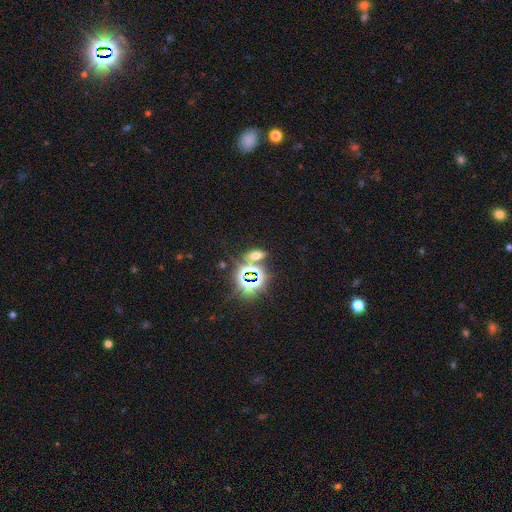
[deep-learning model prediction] This is possibly a star or artifact rather than a galaxy (46%).